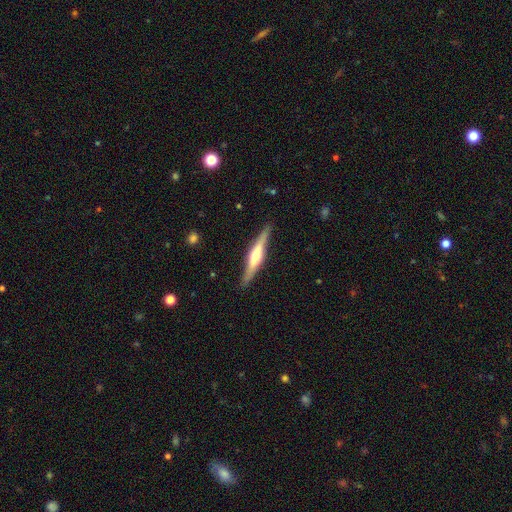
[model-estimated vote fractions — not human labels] Overall: featured or disk (70%). Edge-on disk: yes (97%). Edge-on bulge: rounded (81%). Merging: none (88%).